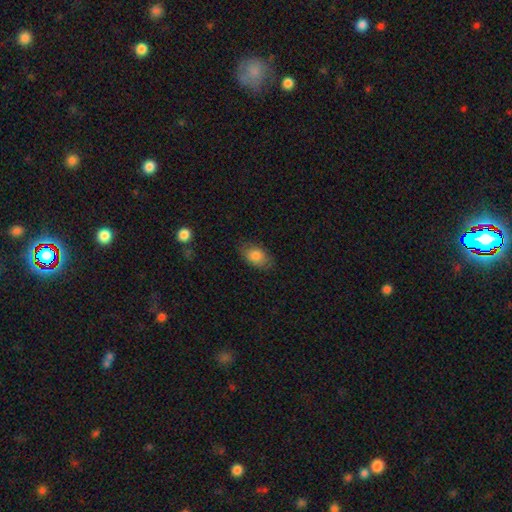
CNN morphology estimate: A smooth galaxy with no disk features (82%) that is in between round and cigar-shaped (89%).

Vote fractions:
- Smooth or featured? smooth: 82% / featured or disk: 10% / star or artifact: 7%
- How rounded? in between: 89% / round: 10% / cigar-shaped: 2%
- Merging? none: 79% / minor disturbance: 16% / major disturbance: 4% / merger: 1%